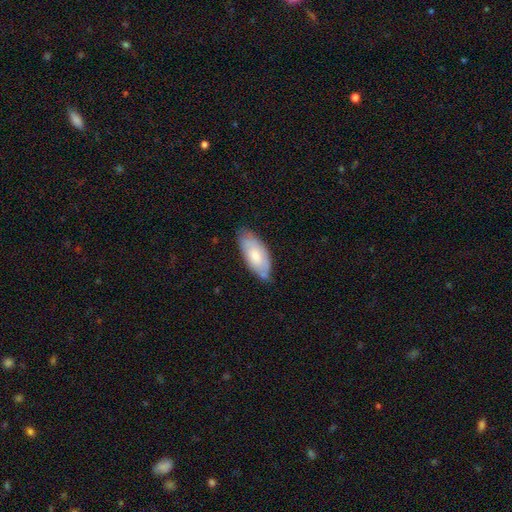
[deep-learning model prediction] Q: Smooth or featured?
A: smooth (68%); runner-up: featured or disk (27%)
Q: How rounded?
A: in between (89%); runner-up: cigar-shaped (9%)
Q: Merging?
A: none (65%); runner-up: minor disturbance (28%)